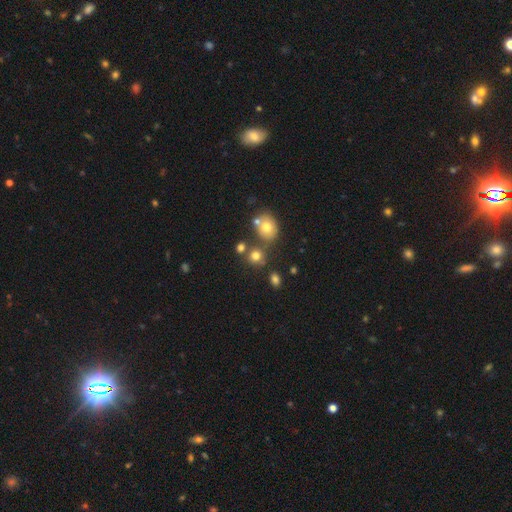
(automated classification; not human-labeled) Morphology: type=smooth (75%); roundness=round (78%); merging=none (62%).